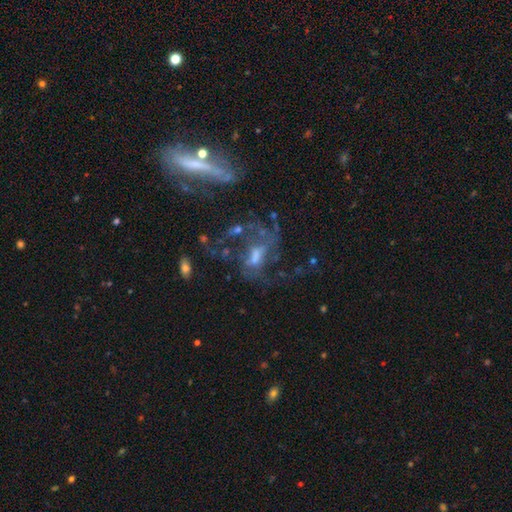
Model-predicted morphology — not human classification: Smooth or featured?
  - featured or disk: 69% *
  - star or artifact: 17%
  - smooth: 14%
Edge-on disk?
  - no: 93% *
  - yes: 7%
Bar?
  - no: 43% *
  - weak: 40%
  - strong: 17%
Spiral arms?
  - yes: 64% *
  - no: 36%
Bulge size?
  - moderate: 40% *
  - small: 31%
  - none: 22%
  - large: 6%
  - dominant: 2%
Merging?
  - none: 35% *
  - major disturbance: 34%
  - merger: 17%
  - minor disturbance: 14%